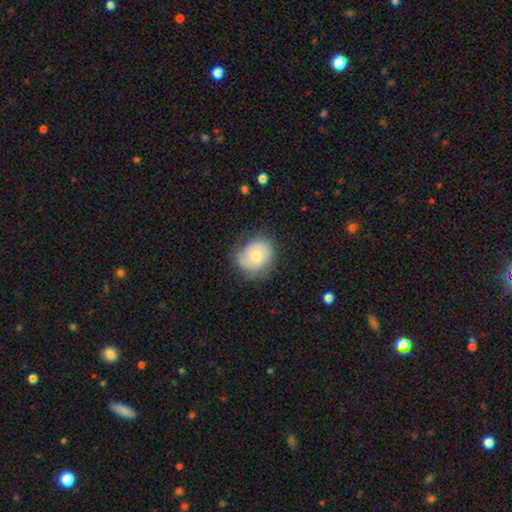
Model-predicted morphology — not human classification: A featured or disk galaxy (49%).

Vote fractions:
- Smooth or featured? featured or disk: 49% / smooth: 44% / star or artifact: 7%
- Merging? none: 66% / minor disturbance: 23% / major disturbance: 9% / merger: 1%